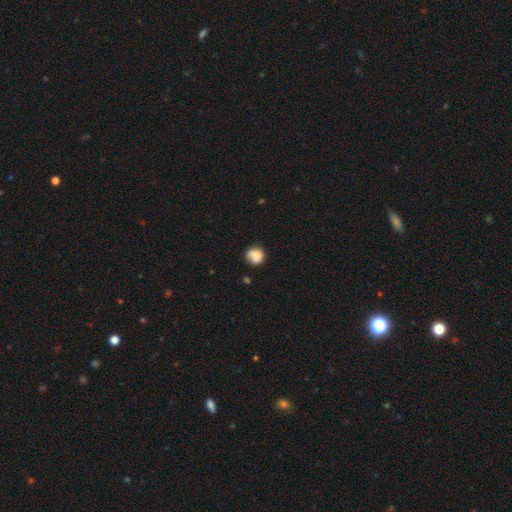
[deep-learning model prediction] Smooth or featured? smooth (74%)
How rounded? round (85%)
Merging? none (62%)